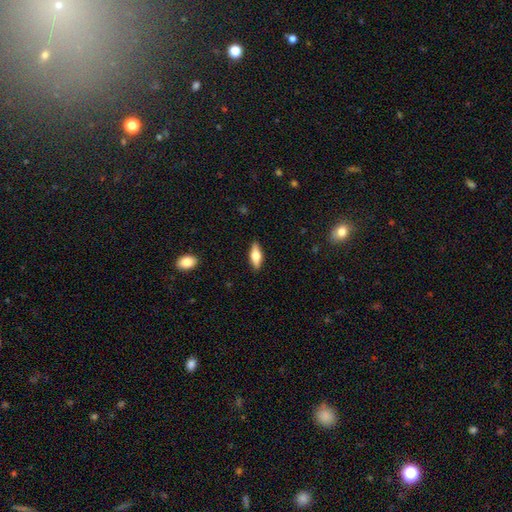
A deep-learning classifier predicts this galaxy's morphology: Smooth or featured? smooth (57%)
How rounded? in between (68%)
Merging? none (88%)